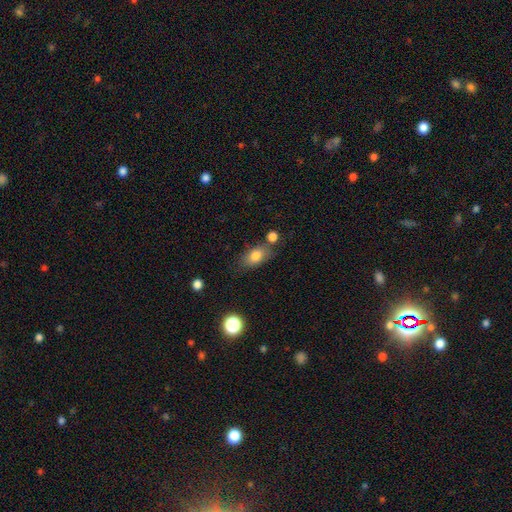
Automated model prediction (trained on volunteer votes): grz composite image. It shows a smooth galaxy with no disk features (80%) that is in between round and cigar-shaped (84%). Merging: none (67%).